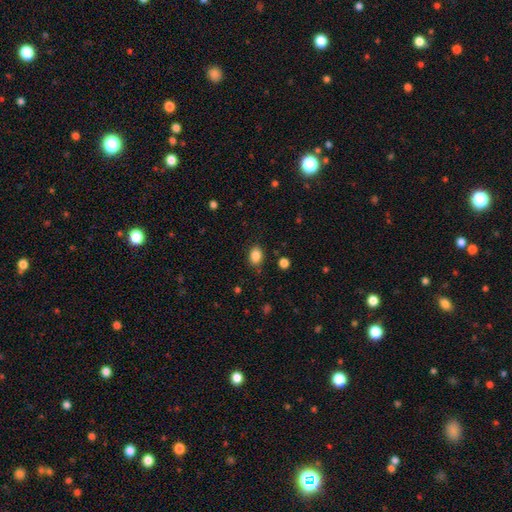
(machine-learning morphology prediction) A smooth galaxy with no disk features (86%) that is in between round and cigar-shaped (66%). Merging: none (85%).